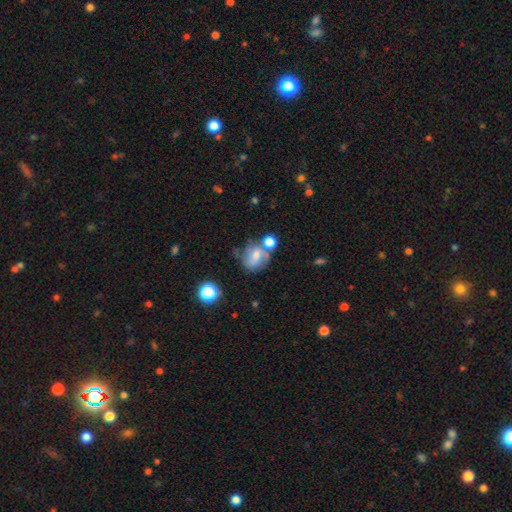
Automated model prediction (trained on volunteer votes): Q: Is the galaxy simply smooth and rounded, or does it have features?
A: smooth — 50%.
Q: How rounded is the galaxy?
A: round — 55%.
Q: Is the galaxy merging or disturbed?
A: none — 41%.